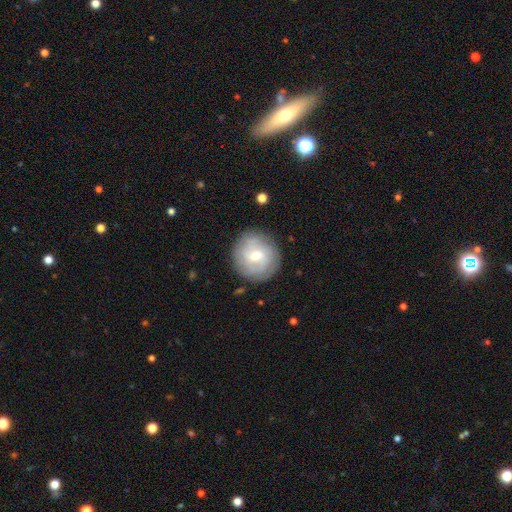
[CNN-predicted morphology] A featured or disk galaxy (49%). Merging: none (85%).